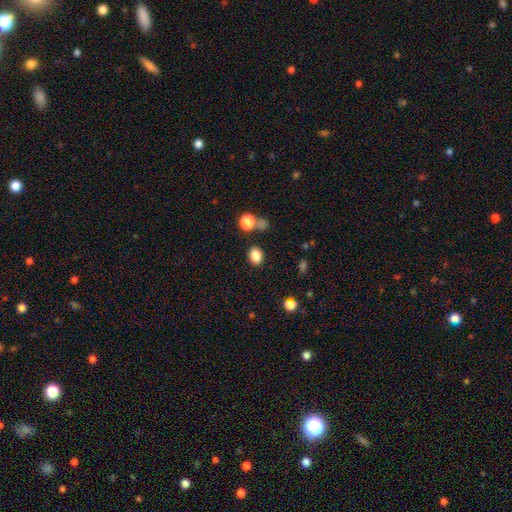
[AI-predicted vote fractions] Smooth or featured?
  - smooth: 85% *
  - star or artifact: 11%
  - featured or disk: 4%
How rounded?
  - in between: 58% *
  - round: 41%
  - cigar-shaped: 1%
Merging?
  - none: 82% *
  - minor disturbance: 9%
  - merger: 5%
  - major disturbance: 3%